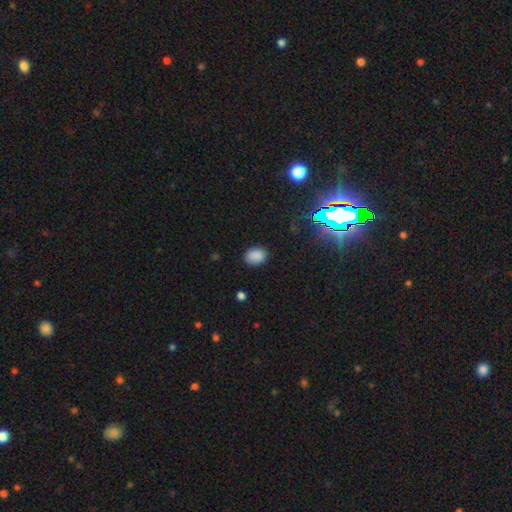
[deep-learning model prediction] This is clearly a smooth galaxy (85%). How rounded: likely in between (66%). Merging: clearly none (85%).